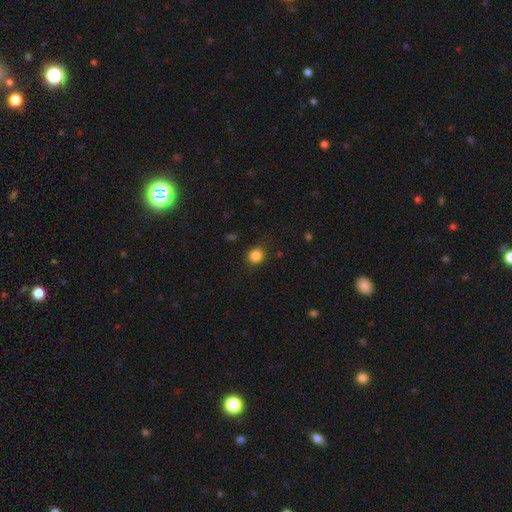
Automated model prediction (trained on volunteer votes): Smooth or featured: smooth — 84% (star or artifact — 11%)
How rounded: round — 78% (in between — 21%)
Merging: none — 86% (minor disturbance — 10%)